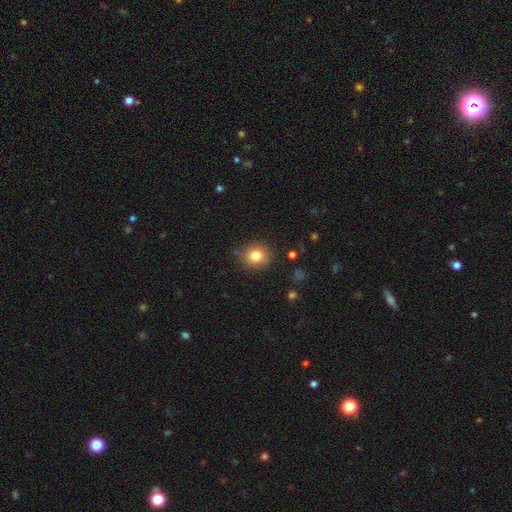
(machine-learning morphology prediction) Smooth or featured? Predicted: smooth (p=0.82). How rounded? Predicted: round (p=0.80). Merging? Predicted: none (p=0.87).